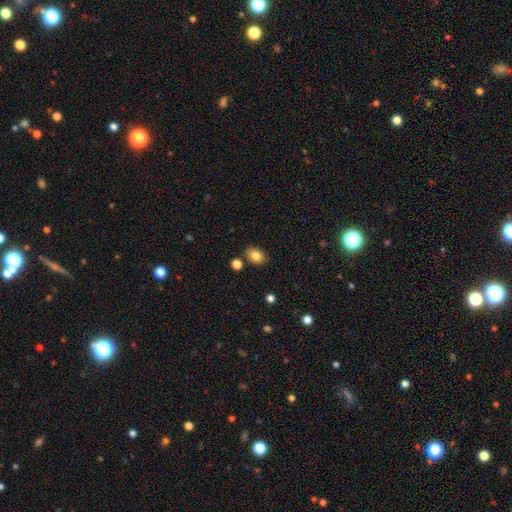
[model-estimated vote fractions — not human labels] Smooth or featured?
  - smooth: 82% *
  - star or artifact: 9%
  - featured or disk: 8%
How rounded?
  - in between: 75% *
  - round: 24%
  - cigar-shaped: 1%
Merging?
  - none: 83% *
  - minor disturbance: 10%
  - merger: 4%
  - major disturbance: 2%